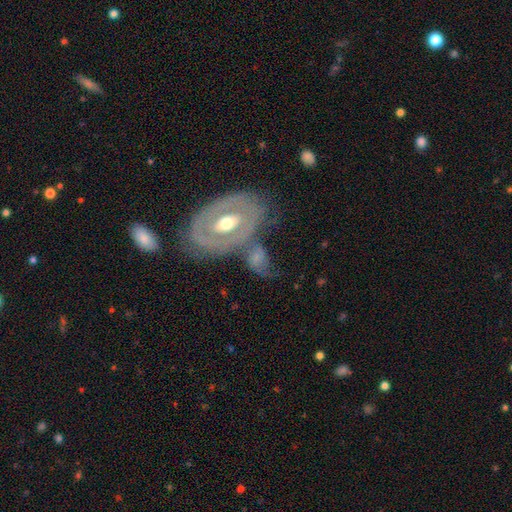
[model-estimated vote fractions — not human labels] featured or disk 71%, smooth 23%, star or artifact 7%. Down the decision tree: edge-on disk — no (92%); bar — no (47%); spiral arms — yes (51%); bulge size — moderate (73%); merging — none (55%).